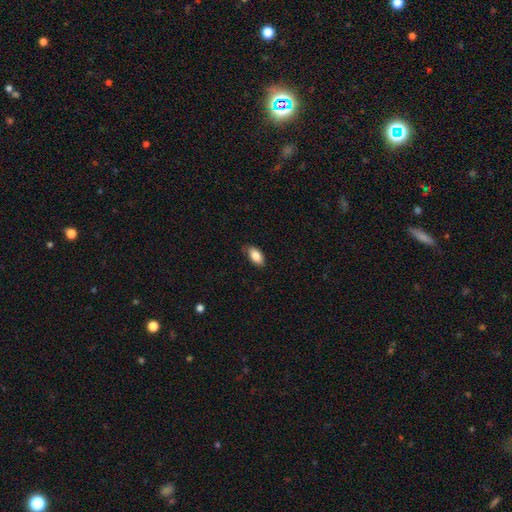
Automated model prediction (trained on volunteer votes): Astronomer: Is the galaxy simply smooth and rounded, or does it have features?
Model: smooth — 85%.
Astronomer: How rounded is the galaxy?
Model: in between — 92%.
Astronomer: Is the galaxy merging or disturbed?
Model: none — 76%.